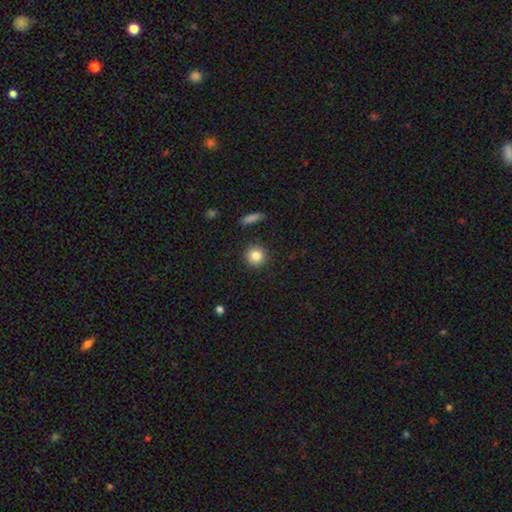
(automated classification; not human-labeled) Smooth or featured? Predicted: smooth (p=0.85). How rounded? Predicted: round (p=0.93). Merging? Predicted: none (p=0.91).